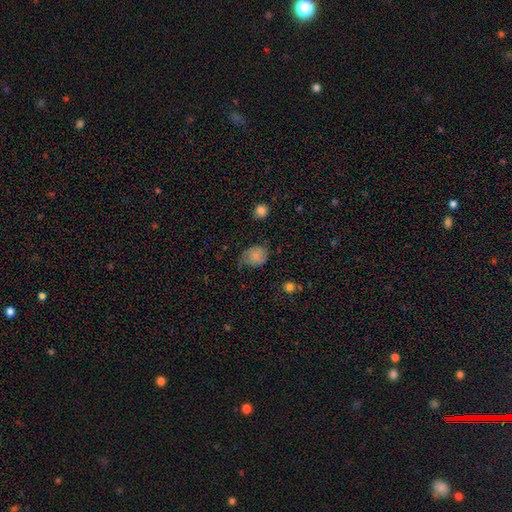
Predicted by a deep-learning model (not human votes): Smooth or featured: smooth — 64% (featured or disk — 26%)
How rounded: in between — 51% (round — 48%)
Merging: none — 48% (minor disturbance — 34%)